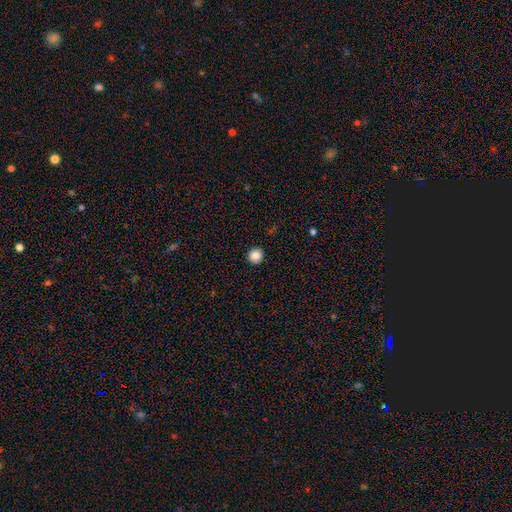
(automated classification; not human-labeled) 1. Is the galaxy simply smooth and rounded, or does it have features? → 87% smooth, 10% star or artifact, 4% featured or disk.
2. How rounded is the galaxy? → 95% round, 5% in between, 1% cigar-shaped.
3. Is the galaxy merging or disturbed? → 92% none, 5% minor disturbance, 2% major disturbance, 1% merger.